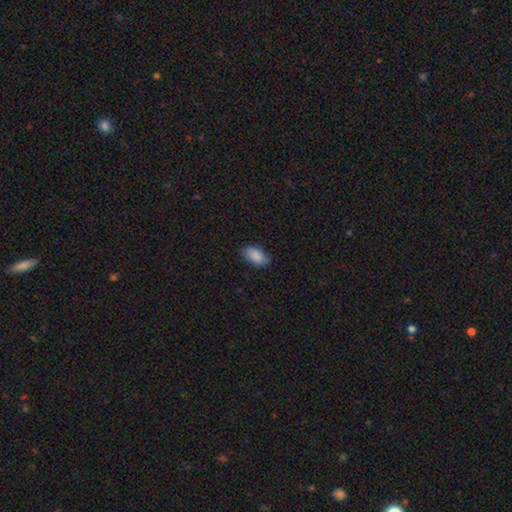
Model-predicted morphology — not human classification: This is clearly a smooth galaxy (89%). How rounded: clearly in between (93%). Merging: clearly none (83%).